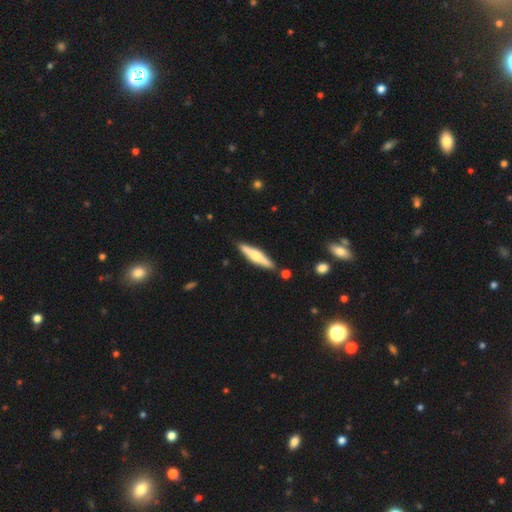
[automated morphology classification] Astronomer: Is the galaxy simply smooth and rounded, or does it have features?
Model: featured or disk — 52% (runner-up: smooth, 43%).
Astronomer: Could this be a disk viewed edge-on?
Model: yes — 96%.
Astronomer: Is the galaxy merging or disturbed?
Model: none — 87%.